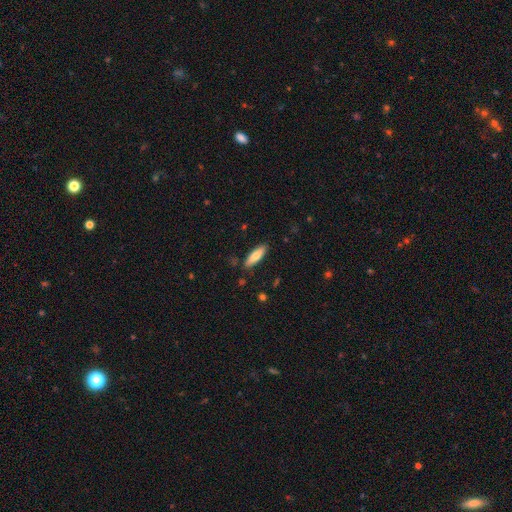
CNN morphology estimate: Q: Smooth or featured?
A: smooth (75%); runner-up: featured or disk (19%)
Q: How rounded?
A: cigar-shaped (53%); runner-up: in between (46%)
Q: Merging?
A: none (87%); runner-up: minor disturbance (10%)